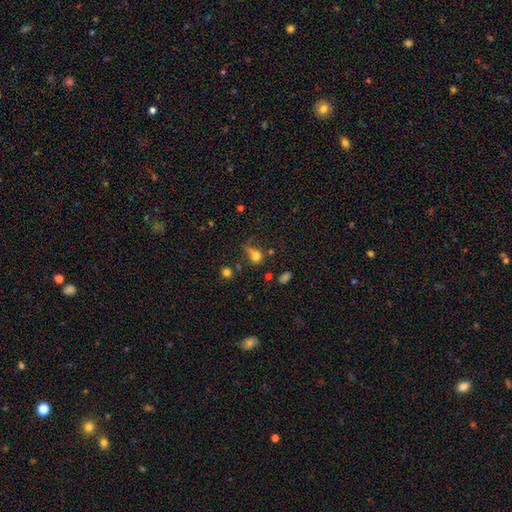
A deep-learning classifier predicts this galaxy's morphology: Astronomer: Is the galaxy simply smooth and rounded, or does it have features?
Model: smooth — 71%.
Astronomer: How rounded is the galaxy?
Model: round — 69%.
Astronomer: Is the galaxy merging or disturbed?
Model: none — 42% (runner-up: minor disturbance, 23%).